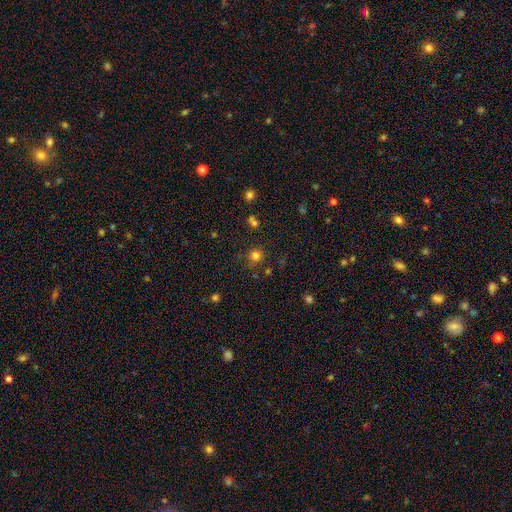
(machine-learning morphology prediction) Smooth or featured? Predicted: smooth (p=0.77). How rounded? Predicted: round (p=0.92). Merging? Predicted: none (p=0.81).